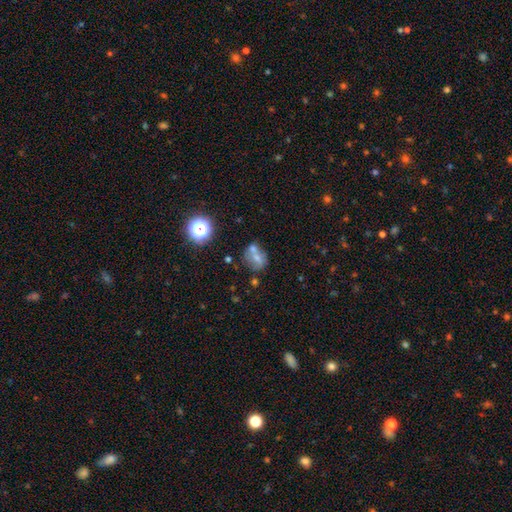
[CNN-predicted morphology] Smooth or featured? Predicted: smooth (p=0.57). How rounded? Predicted: round (p=0.53). Merging? Predicted: merger (p=0.42).